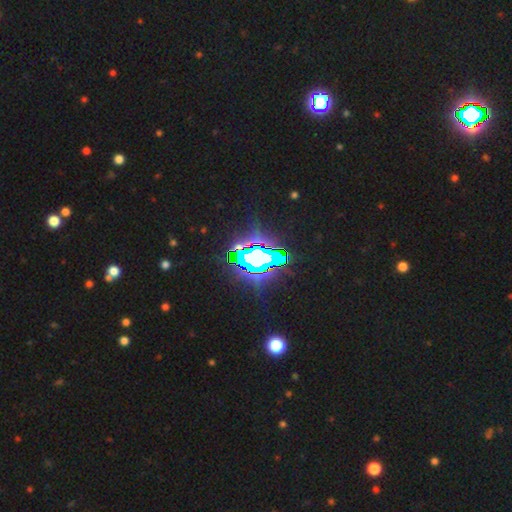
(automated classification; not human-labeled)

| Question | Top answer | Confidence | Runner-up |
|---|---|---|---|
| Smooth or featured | star or artifact | 69% | featured or disk (17%) |